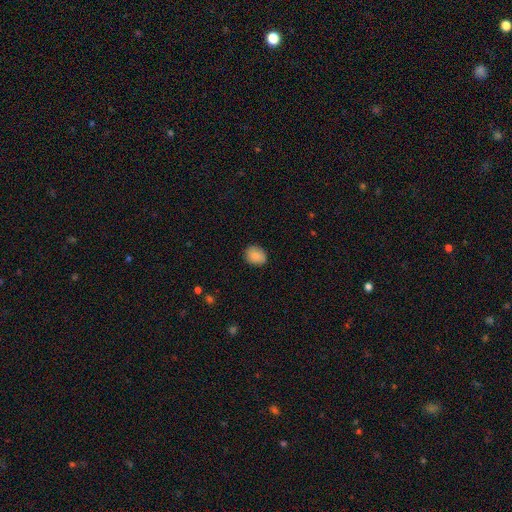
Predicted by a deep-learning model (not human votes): Q: Smooth or featured?
A: smooth (87%); runner-up: star or artifact (8%)
Q: How rounded?
A: in between (54%); runner-up: round (45%)
Q: Merging?
A: none (84%); runner-up: minor disturbance (12%)